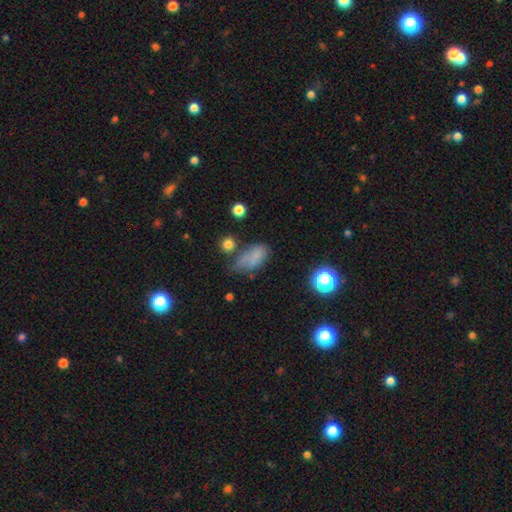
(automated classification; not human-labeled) A smooth galaxy with no disk features (71%) that is in between round and cigar-shaped (88%). Merging: none (40%).